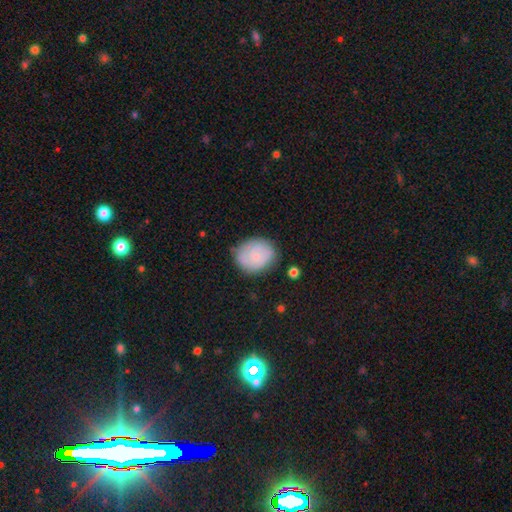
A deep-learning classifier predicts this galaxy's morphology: A smooth galaxy with no disk features (67%) that is round (59%). Merging: none (71%).